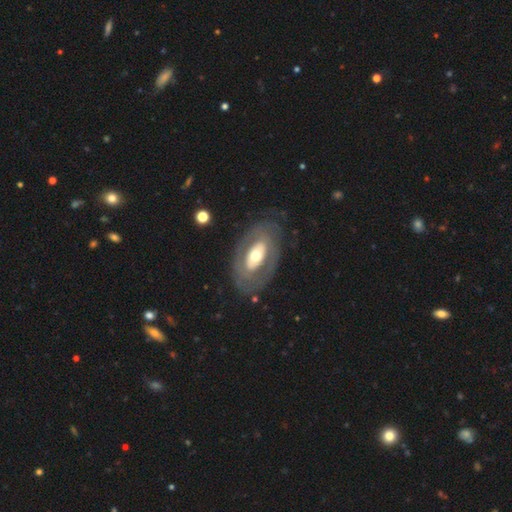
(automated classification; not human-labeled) featured or disk 66%, smooth 29%, star or artifact 5%. Down the decision tree: edge-on disk — no (91%); bar — no (67%); spiral arms — no (68%); bulge size — moderate (61%); merging — none (75%).